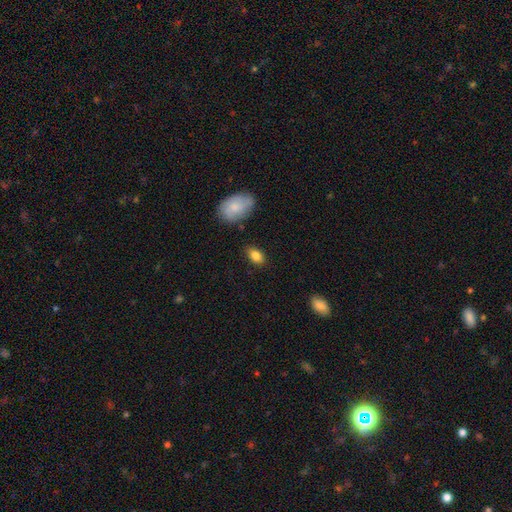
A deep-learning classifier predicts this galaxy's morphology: smooth_or_featured: smooth (p=0.84) [alt: featured or disk p=0.08]
how_rounded: in between (p=0.87) [alt: round p=0.10]
merging: none (p=0.82) [alt: minor disturbance p=0.13]